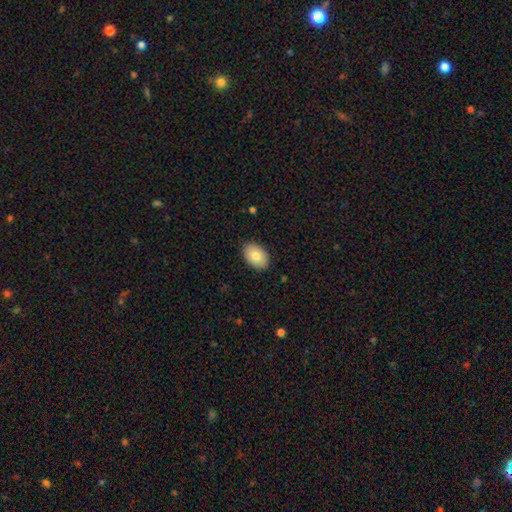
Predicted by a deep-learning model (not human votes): Morphology: type=smooth (81%); roundness=in between (90%); merging=none (88%).